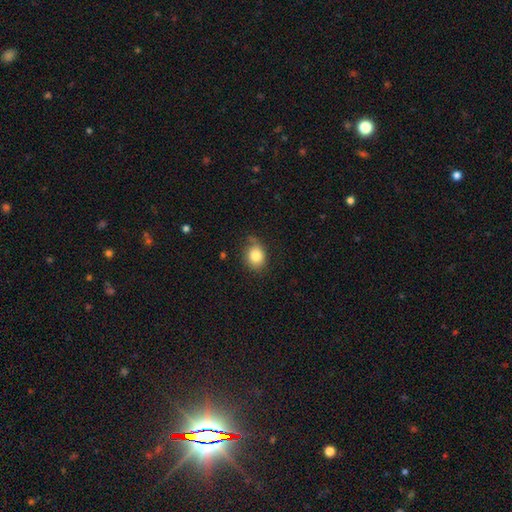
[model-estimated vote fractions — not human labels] This appears to be a smooth galaxy with no disk features (83%) that is round (52%). Merging: none (67%).